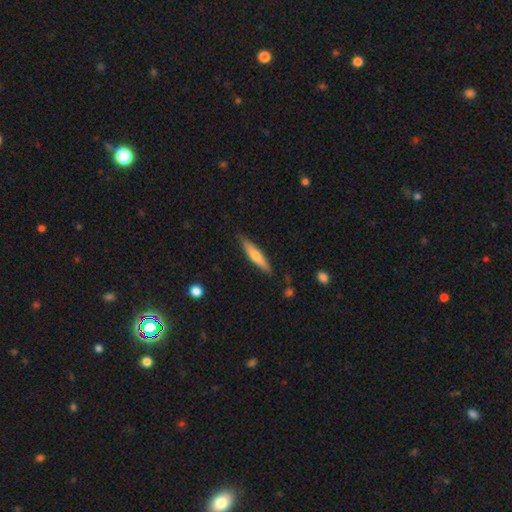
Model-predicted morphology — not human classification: This appears to be a smooth galaxy with no disk features (54%) that is cigar-shaped (86%). Merging: none (85%).